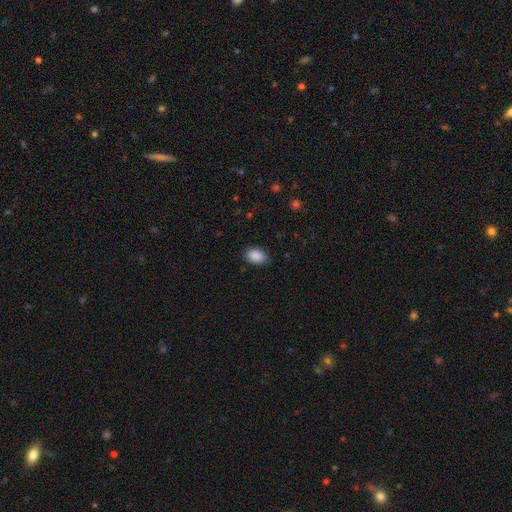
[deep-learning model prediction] Smooth or featured?
  - smooth: 89% *
  - star or artifact: 7%
  - featured or disk: 3%
How rounded?
  - in between: 86% *
  - round: 13%
  - cigar-shaped: 1%
Merging?
  - none: 84% *
  - minor disturbance: 13%
  - major disturbance: 3%
  - merger: 1%